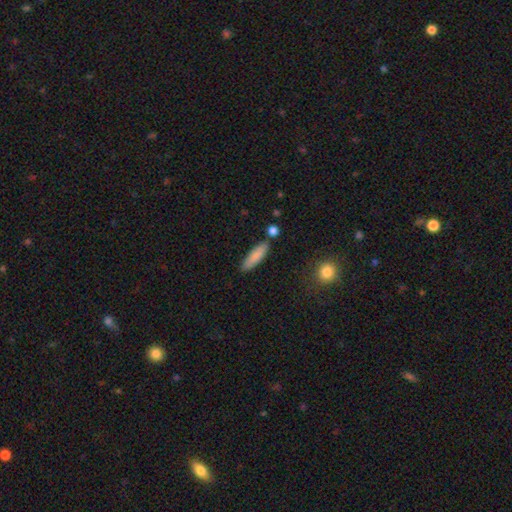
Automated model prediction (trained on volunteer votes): Morphology: type=smooth (84%); roundness=cigar-shaped (65%); merging=none (82%).